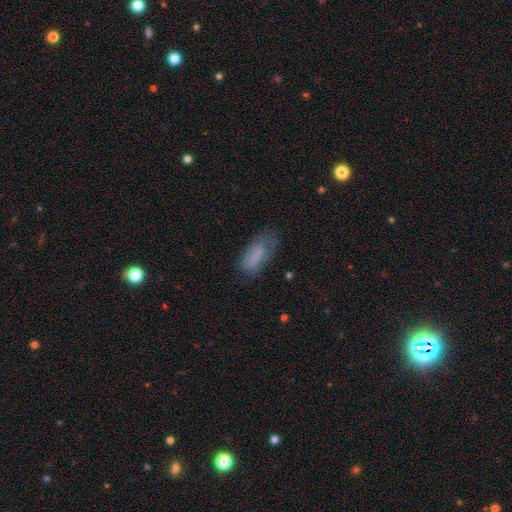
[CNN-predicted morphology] Q: Smooth or featured?
A: smooth (75%); runner-up: featured or disk (16%)
Q: How rounded?
A: in between (82%); runner-up: cigar-shaped (15%)
Q: Merging?
A: none (51%); runner-up: minor disturbance (30%)